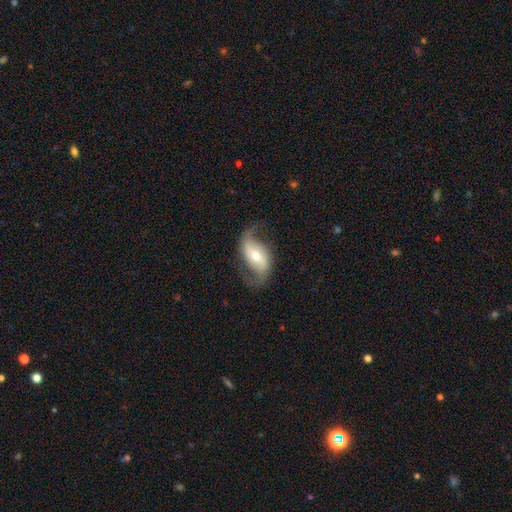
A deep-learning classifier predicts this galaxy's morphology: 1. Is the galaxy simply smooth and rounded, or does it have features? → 82% featured or disk, 12% smooth, 6% star or artifact.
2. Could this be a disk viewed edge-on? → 96% no, 4% yes.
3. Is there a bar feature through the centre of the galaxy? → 37% weak, 34% strong, 30% no.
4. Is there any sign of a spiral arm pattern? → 93% yes, 7% no.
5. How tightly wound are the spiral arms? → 72% loose, 22% medium, 6% tight.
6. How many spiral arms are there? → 92% 2, 3% 1, 3% can't tell, 1% 3, 1% 4, 1% more than 4.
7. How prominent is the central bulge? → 57% moderate, 35% small, 5% large, 1% dominant, 1% none.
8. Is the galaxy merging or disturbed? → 71% none, 16% minor disturbance, 11% major disturbance, 1% merger.